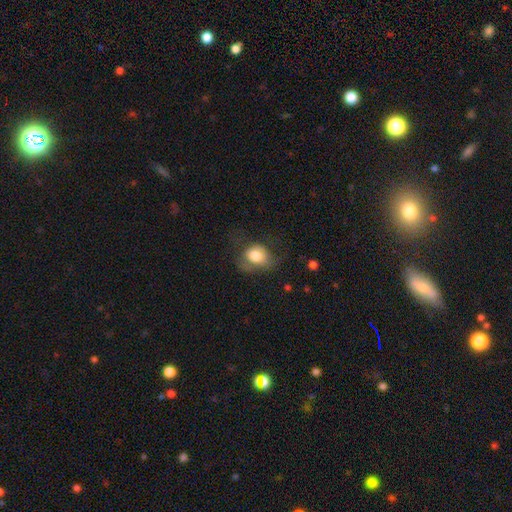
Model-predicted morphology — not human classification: This appears to be a smooth galaxy with no disk features (76%) that is round (53%). Merging: none (37%).